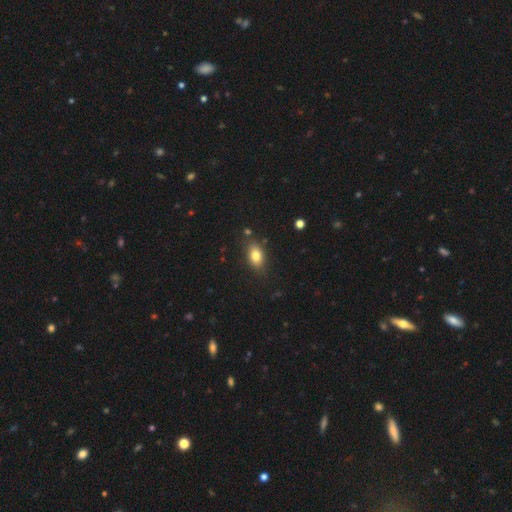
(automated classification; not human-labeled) Morphology: type=smooth (80%); roundness=in between (84%); merging=none (81%).